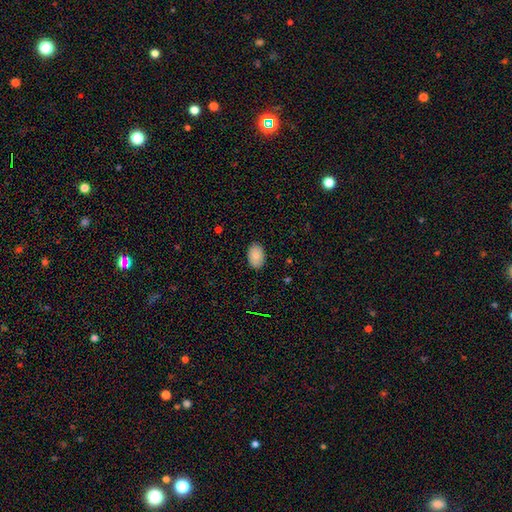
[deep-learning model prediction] Overall: smooth (88%). How rounded: in between (90%). Merging: none (89%).